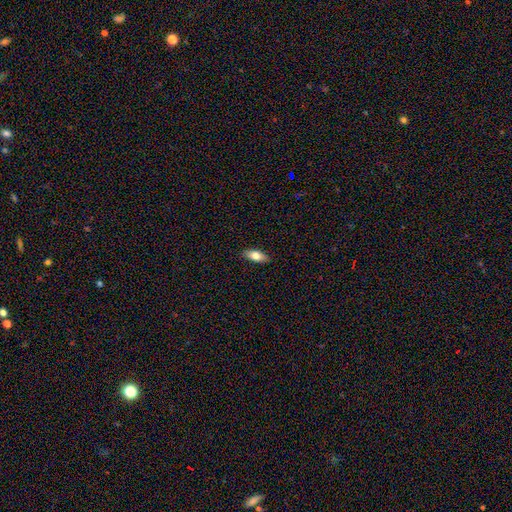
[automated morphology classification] type=smooth (72%); roundness=in between (77%); merging=none (89%).